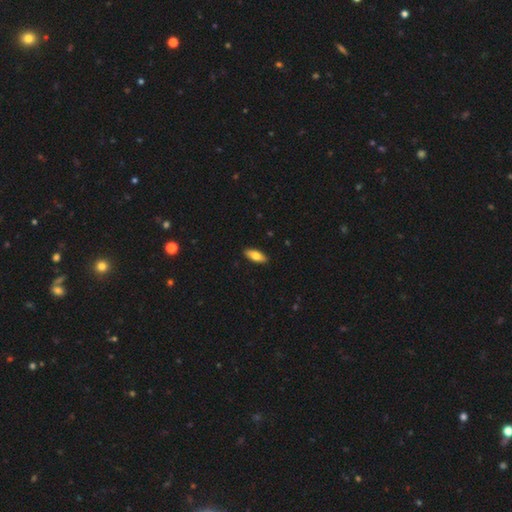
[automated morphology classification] Smooth or featured? smooth (76%)
How rounded? in between (75%)
Merging? none (90%)